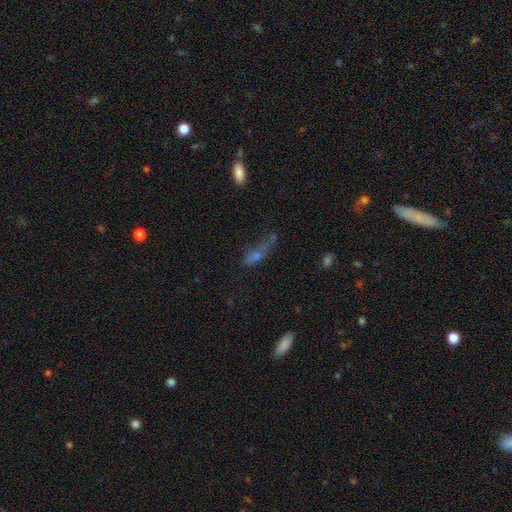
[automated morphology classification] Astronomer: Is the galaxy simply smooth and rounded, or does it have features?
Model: smooth — 46% (runner-up: featured or disk, 32%).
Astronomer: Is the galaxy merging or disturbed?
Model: none — 36% (runner-up: major disturbance, 31%).